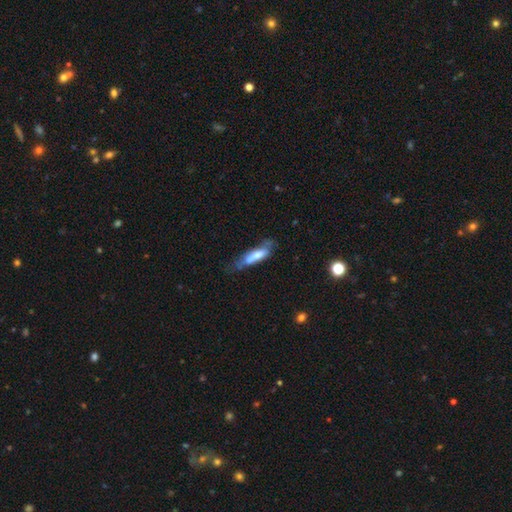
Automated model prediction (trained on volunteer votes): The model was most divided on "merging": none: 40%, minor disturbance: 32%, major disturbance: 21%, merger: 7%. More confident: how rounded — cigar-shaped (65%); smooth or featured — smooth (57%).